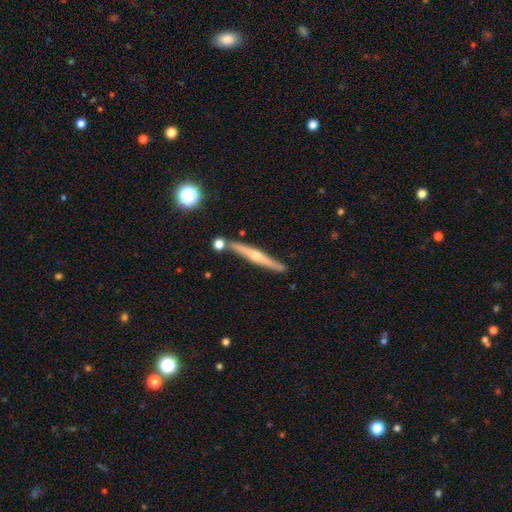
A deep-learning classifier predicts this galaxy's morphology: Smooth or featured? Predicted: featured or disk (p=0.70). Edge-on disk? Predicted: yes (p=0.97). Edge-on bulge? Predicted: rounded (p=0.83). Merging? Predicted: none (p=0.83).